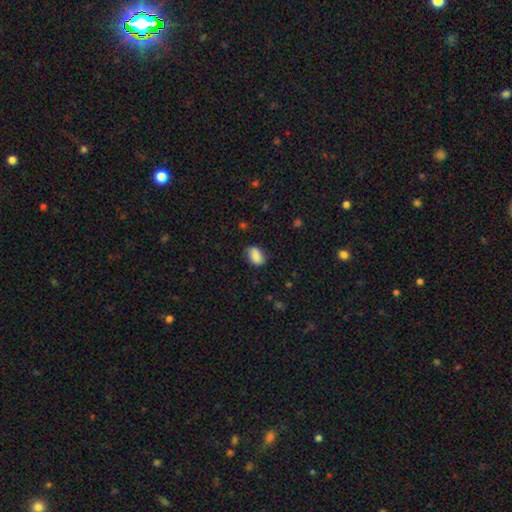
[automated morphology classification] A smooth galaxy with no disk features (79%) that is in between round and cigar-shaped (81%).

Vote fractions:
- Smooth or featured? smooth: 79% / featured or disk: 12% / star or artifact: 8%
- How rounded? in between: 81% / round: 18% / cigar-shaped: 2%
- Merging? none: 71% / minor disturbance: 22% / major disturbance: 6% / merger: 1%